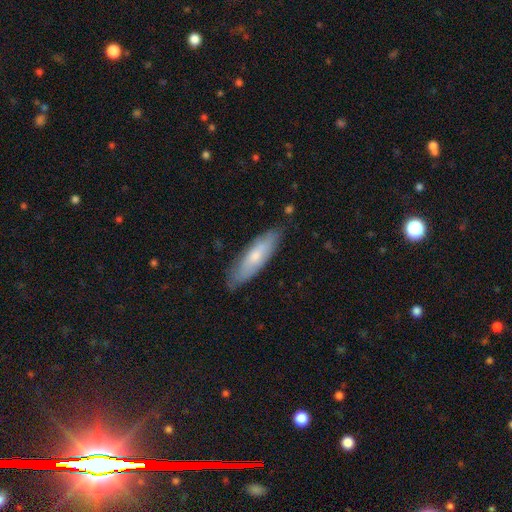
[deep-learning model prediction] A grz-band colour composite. It shows a smooth galaxy with no disk features (63%) that is cigar-shaped (56%). Merging: none (79%).